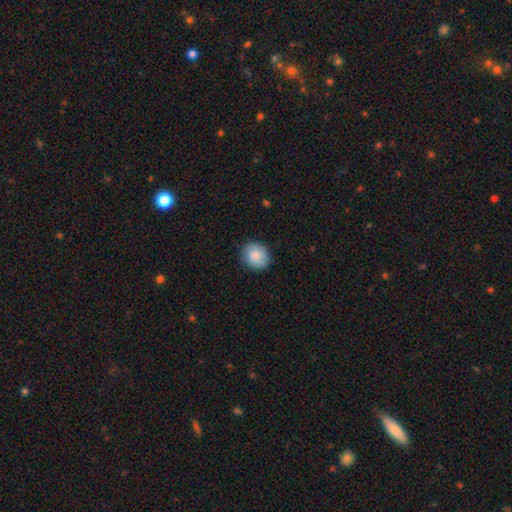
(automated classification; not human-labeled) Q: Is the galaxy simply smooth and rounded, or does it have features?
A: smooth — 83%.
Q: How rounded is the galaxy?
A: round — 75%.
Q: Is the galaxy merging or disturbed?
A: none — 84%.